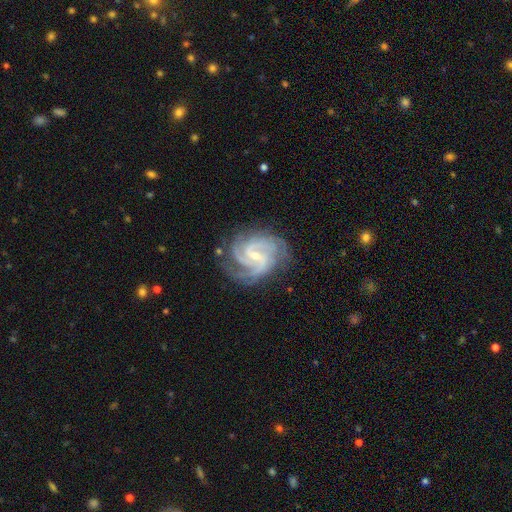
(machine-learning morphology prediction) Smooth or featured: featured or disk — 92% (star or artifact — 5%)
Edge-on disk: no — 98% (yes — 2%)
Bar: weak — 52% (no — 28%)
Spiral arms: yes — 99% (no — 1%)
Spiral winding: tight — 51% (medium — 42%)
Spiral arm count: 3 — 39% (4 — 26%)
Bulge size: small — 70% (moderate — 26%)
Merging: none — 75% (minor disturbance — 17%)